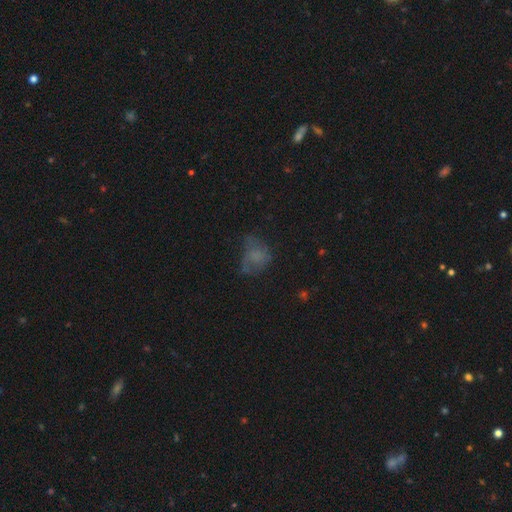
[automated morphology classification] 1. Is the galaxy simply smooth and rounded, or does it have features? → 55% smooth, 27% featured or disk, 18% star or artifact.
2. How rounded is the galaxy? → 57% in between, 42% round, 2% cigar-shaped.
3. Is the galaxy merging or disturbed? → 36% none, 34% major disturbance, 27% minor disturbance, 3% merger.